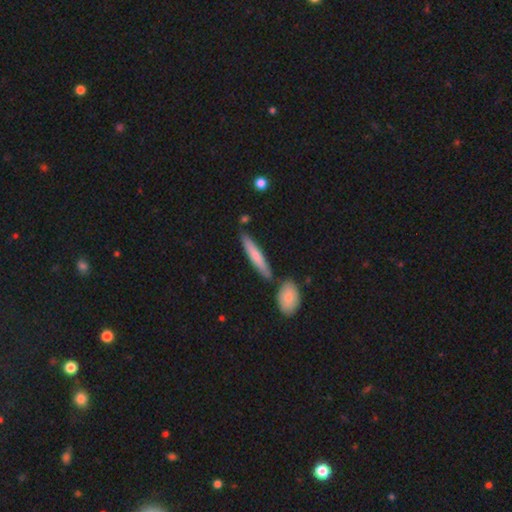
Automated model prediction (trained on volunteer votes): smooth 71%, featured or disk 24%, star or artifact 5%. Down the decision tree: how rounded — cigar-shaped (89%); merging — none (78%).